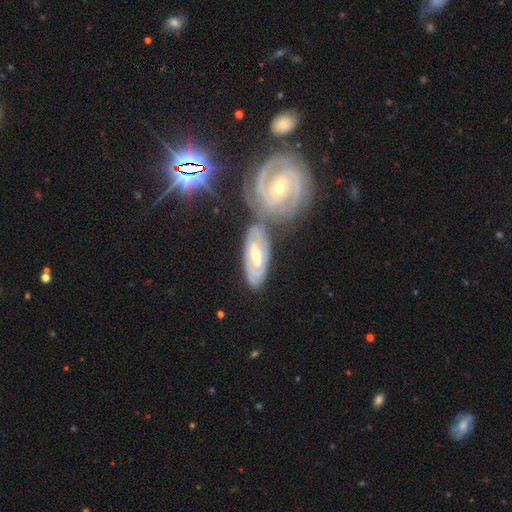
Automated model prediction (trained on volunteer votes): Morphology: type=featured or disk (78%); edge-on=no (90%); bar=weak (42%); spiral arms=yes (89%); winding=tight (70%); arm count=2 (40%); bulge=moderate (62%); merging=none (50%).